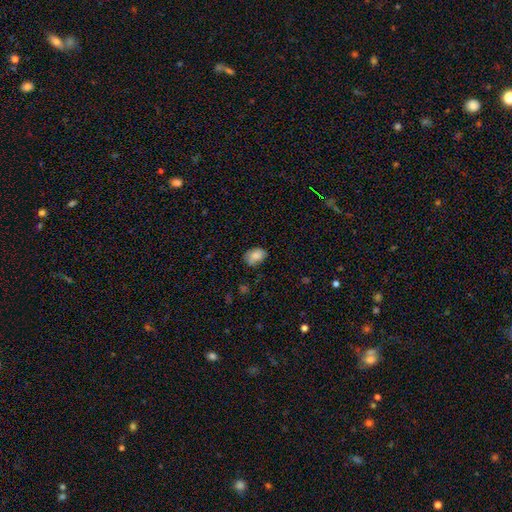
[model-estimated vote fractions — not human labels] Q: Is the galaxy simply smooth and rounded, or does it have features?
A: smooth — 81%.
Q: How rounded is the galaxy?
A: in between — 76%.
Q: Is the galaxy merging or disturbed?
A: none — 66%.